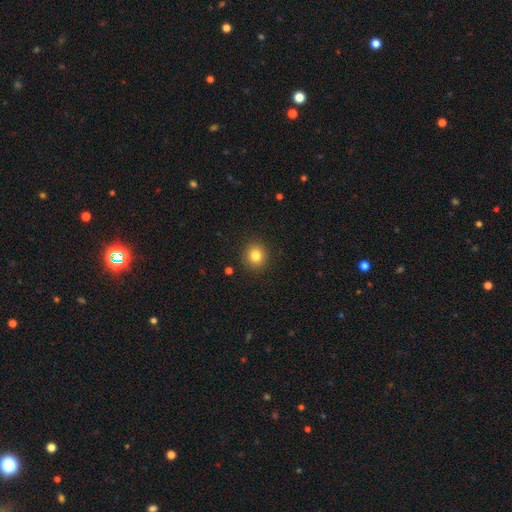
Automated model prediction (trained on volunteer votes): A smooth galaxy with no disk features (83%) that is round (90%). Merging: none (91%).